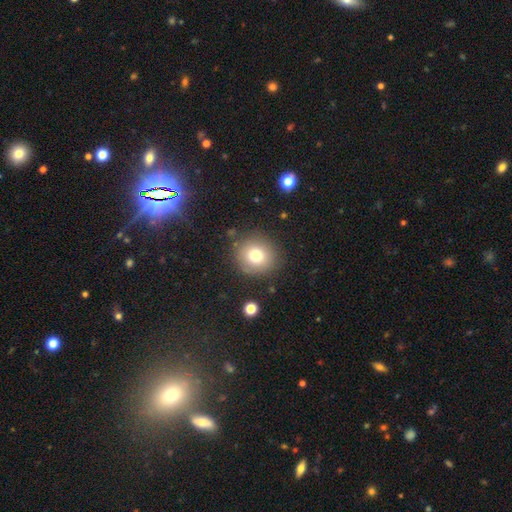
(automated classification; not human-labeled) Smooth or featured?
  - smooth: 76% *
  - star or artifact: 12%
  - featured or disk: 12%
How rounded?
  - round: 89% *
  - in between: 10%
  - cigar-shaped: 1%
Merging?
  - none: 85% *
  - minor disturbance: 9%
  - major disturbance: 4%
  - merger: 2%